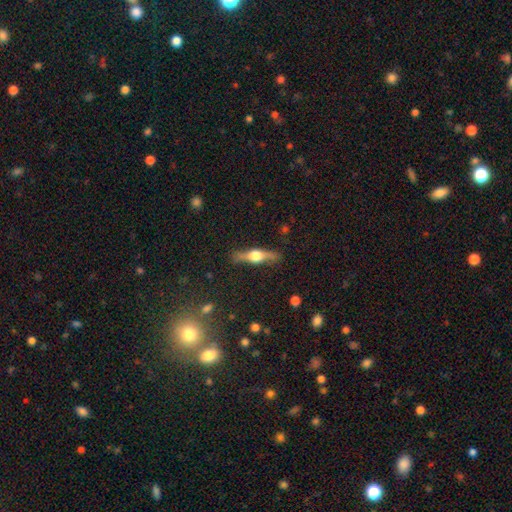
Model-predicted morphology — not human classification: Overall: featured or disk (66%; smooth 28%). Edge-on disk: yes (96%). Edge-on bulge: rounded (94%). Merging: none (85%).